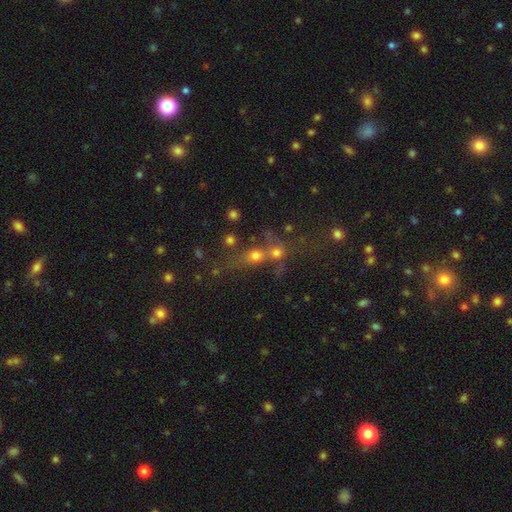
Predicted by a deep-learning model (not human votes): Overall: smooth (51%; star or artifact 30%). How rounded: round (65%; in between 27%). Merging: merger (47%; none 37%).